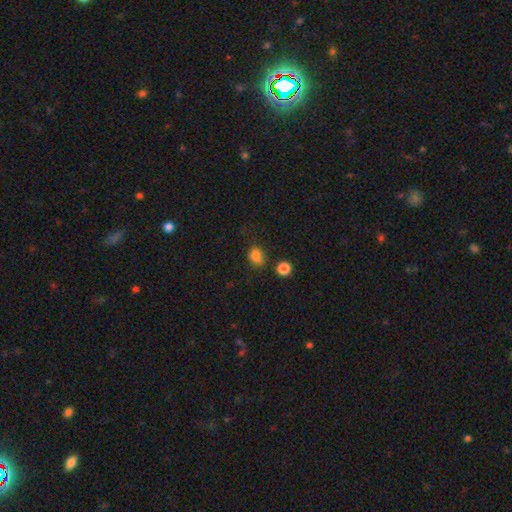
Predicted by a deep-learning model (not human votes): This appears to be a smooth galaxy with no disk features (84%) that is in between round and cigar-shaped (54%). Merging: none (69%).